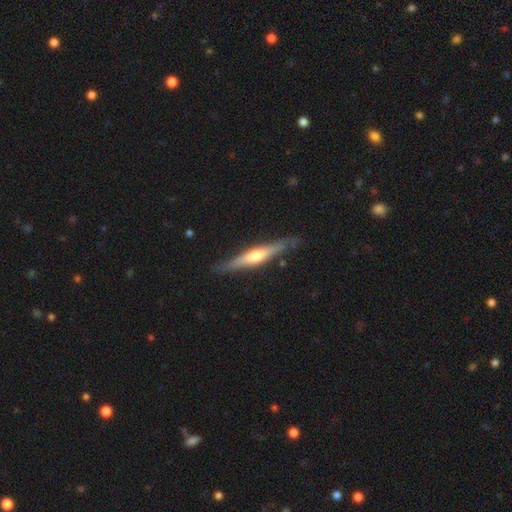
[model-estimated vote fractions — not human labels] Overall: featured or disk (60%; smooth 34%). Edge-on disk: yes (94%). Edge-on bulge: rounded (80%). Merging: none (83%).